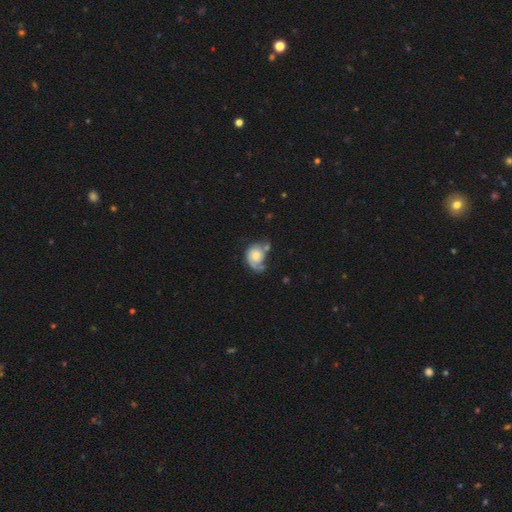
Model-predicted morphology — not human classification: Smooth or featured? Predicted: featured or disk (p=0.57). Edge-on disk? Predicted: no (p=0.97). Bar? Predicted: no (p=0.80). Spiral arms? Predicted: yes (p=0.84). Bulge size? Predicted: moderate (p=0.45). Merging? Predicted: none (p=0.34).